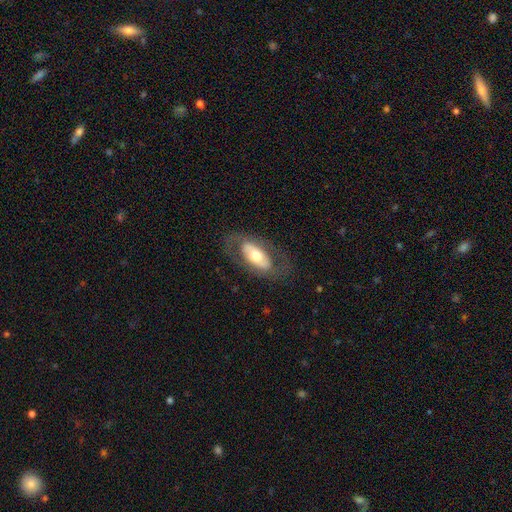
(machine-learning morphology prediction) Smooth or featured: featured or disk — 55% (smooth — 39%)
Edge-on disk: no — 86% (yes — 14%)
Merging: none — 73% (minor disturbance — 15%)